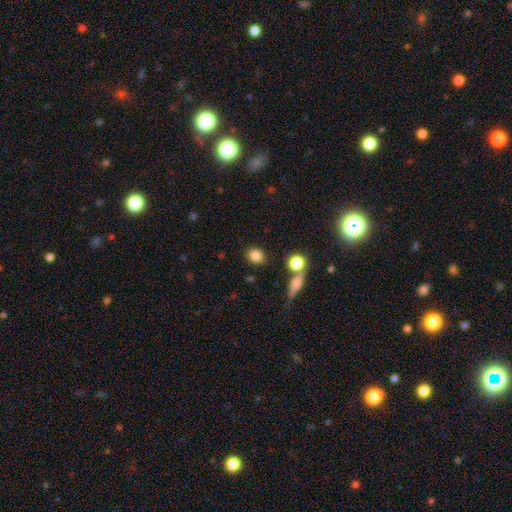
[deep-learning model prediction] smooth-or-featured: smooth: 84% | star or artifact: 10% | featured or disk: 7%
  how-rounded: round: 52% | in between: 46% | cigar-shaped: 2%
  merging: none: 83% | minor disturbance: 8% | merger: 6% | major disturbance: 3%